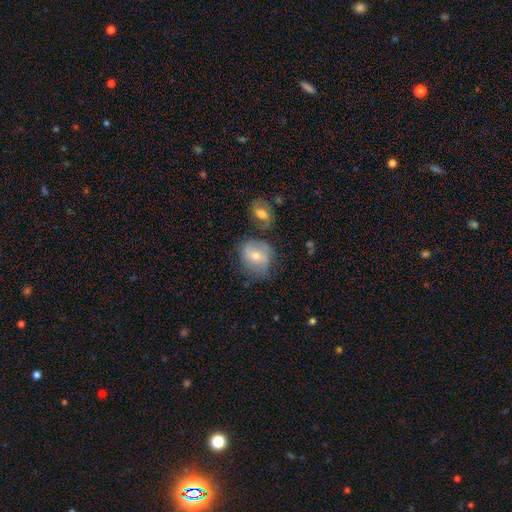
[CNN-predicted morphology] Q: Smooth or featured?
A: smooth (46%); runner-up: featured or disk (44%)
Q: Merging?
A: none (57%); runner-up: minor disturbance (24%)